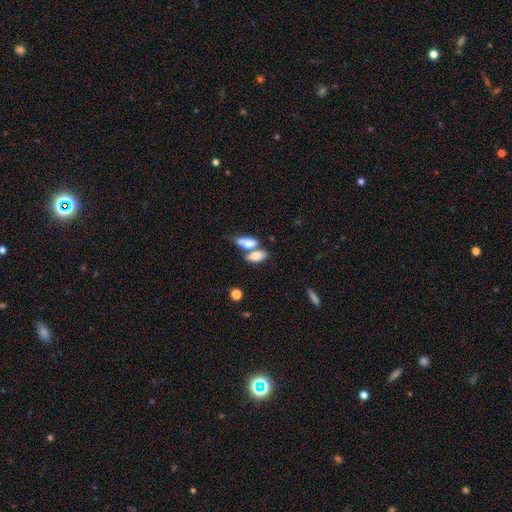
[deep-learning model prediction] Smooth or featured?
  - smooth: 73% *
  - featured or disk: 20%
  - star or artifact: 8%
How rounded?
  - in between: 80% *
  - cigar-shaped: 15%
  - round: 5%
Merging?
  - merger: 55% *
  - none: 30%
  - minor disturbance: 10%
  - major disturbance: 5%